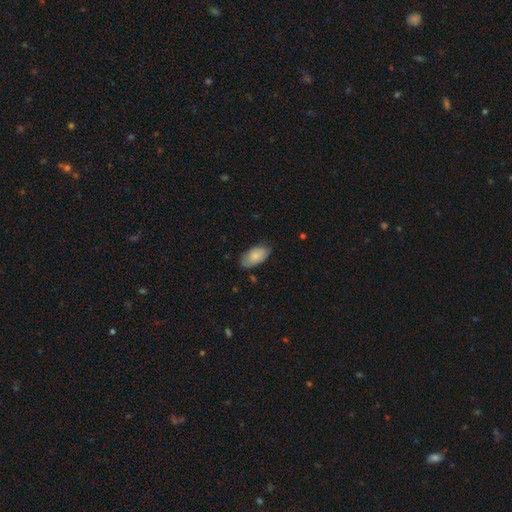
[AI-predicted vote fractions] Overall: smooth (82%). How rounded: in between (94%). Merging: none (73%).